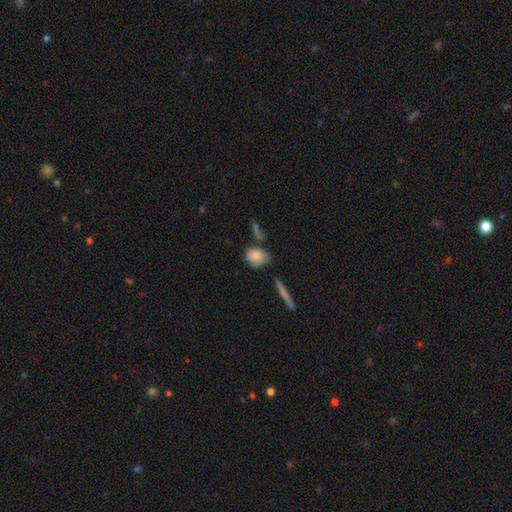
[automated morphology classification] This appears to be a smooth galaxy with no disk features (74%) that is in between round and cigar-shaped (50%). Merging: none (52%).